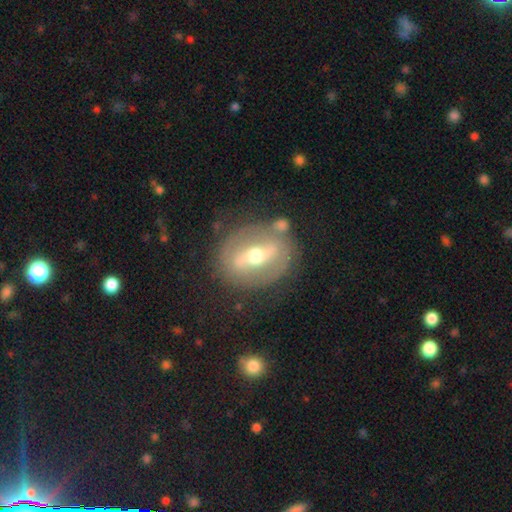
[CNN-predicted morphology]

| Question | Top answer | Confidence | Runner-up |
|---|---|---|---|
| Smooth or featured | featured or disk | 72% | smooth (21%) |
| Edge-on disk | no | 88% | yes (12%) |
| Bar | strong | 62% | weak (25%) |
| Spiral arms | no | 60% | yes (40%) |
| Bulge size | moderate | 71% | small (19%) |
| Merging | none | 72% | minor disturbance (14%) |